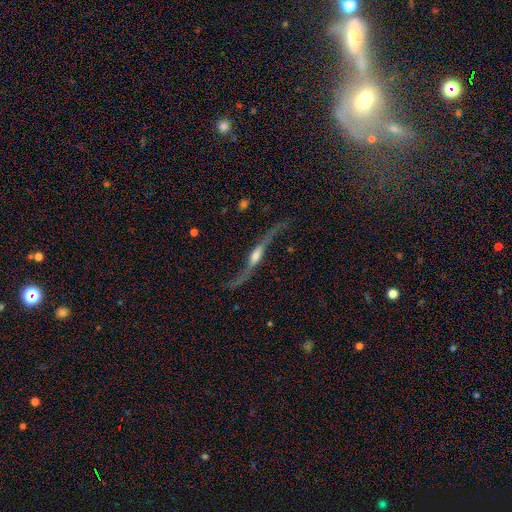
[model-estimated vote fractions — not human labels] Smooth or featured: featured or disk — 84% (smooth — 10%)
Edge-on disk: no — 50% (tied with yes — 50%)
Merging: none — 61% (minor disturbance — 18%)